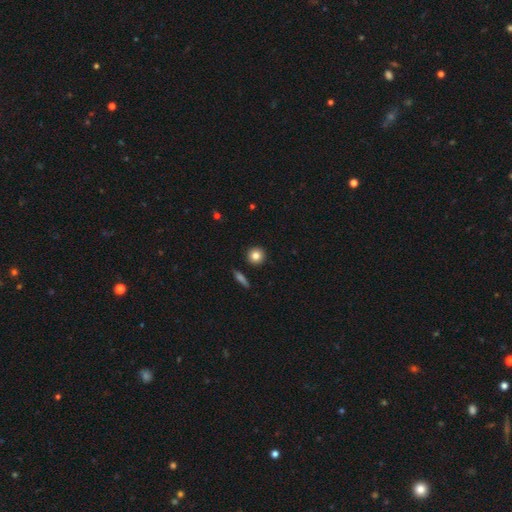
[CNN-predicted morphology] Smooth or featured? Predicted: smooth (p=0.83). How rounded? Predicted: round (p=0.93). Merging? Predicted: none (p=0.90).